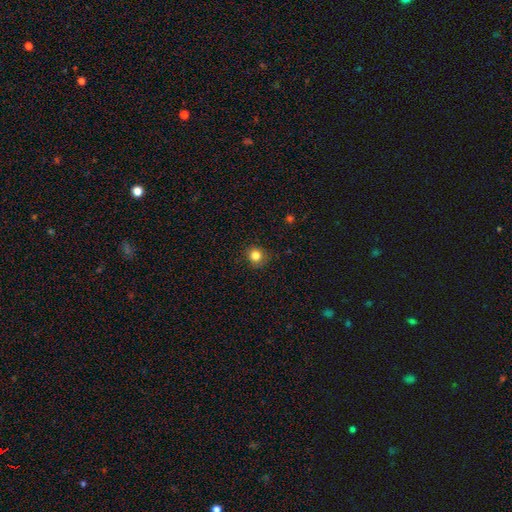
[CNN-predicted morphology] smooth 82%, star or artifact 12%, featured or disk 5%. Down the decision tree: how rounded — round (89%); merging — none (88%).